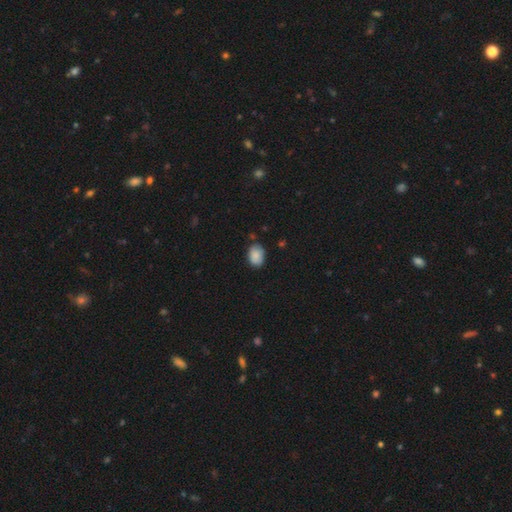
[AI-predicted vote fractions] Smooth or featured?
  - smooth: 87% *
  - star or artifact: 8%
  - featured or disk: 5%
How rounded?
  - in between: 79% *
  - round: 20%
  - cigar-shaped: 1%
Merging?
  - none: 77% *
  - minor disturbance: 18%
  - major disturbance: 3%
  - merger: 2%